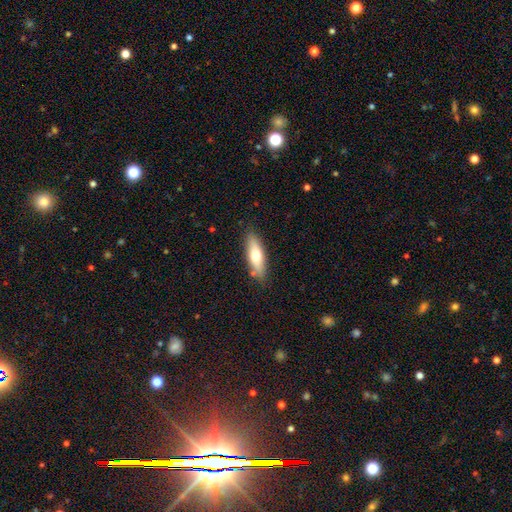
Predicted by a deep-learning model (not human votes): Morphology: type=smooth (63%); roundness=cigar-shaped (52%); merging=none (83%).